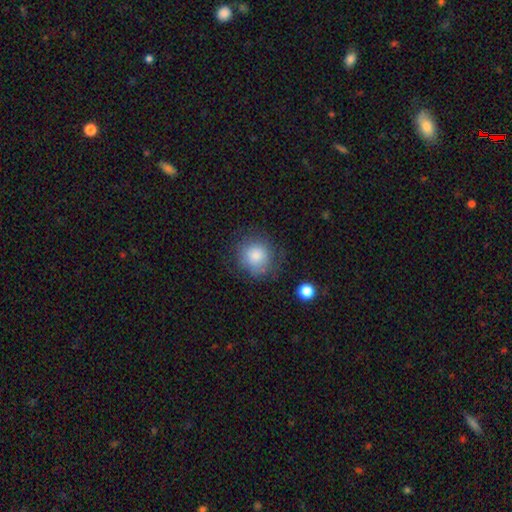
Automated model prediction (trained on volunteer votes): This is clearly a smooth galaxy (83%). How rounded: clearly round (88%). Merging: likely none (72%).